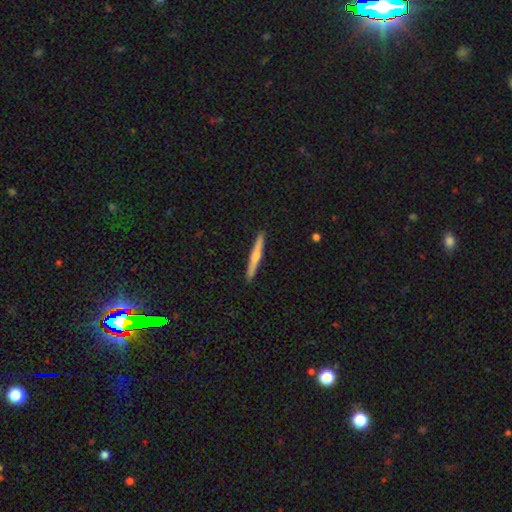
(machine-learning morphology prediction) Q: Smooth or featured?
A: smooth (49%); runner-up: featured or disk (46%)
Q: Merging?
A: none (92%); runner-up: minor disturbance (6%)